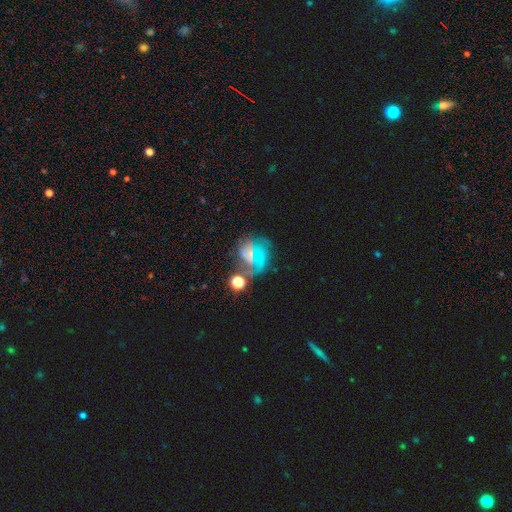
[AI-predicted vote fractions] A featured or disk galaxy (46%). Merging: none (45%).